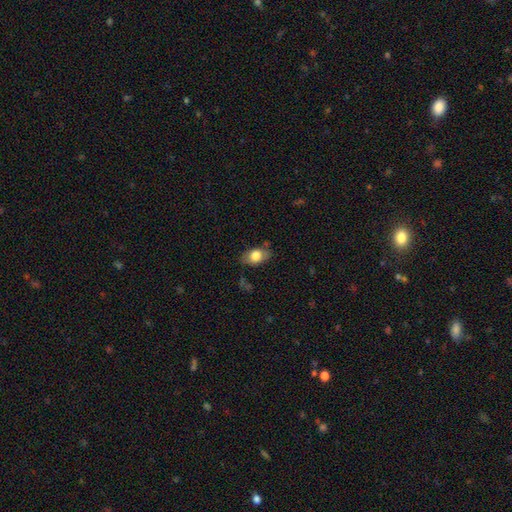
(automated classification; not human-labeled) This is likely a smooth galaxy (76%). How rounded: clearly in between (84%). Merging: likely none (72%).